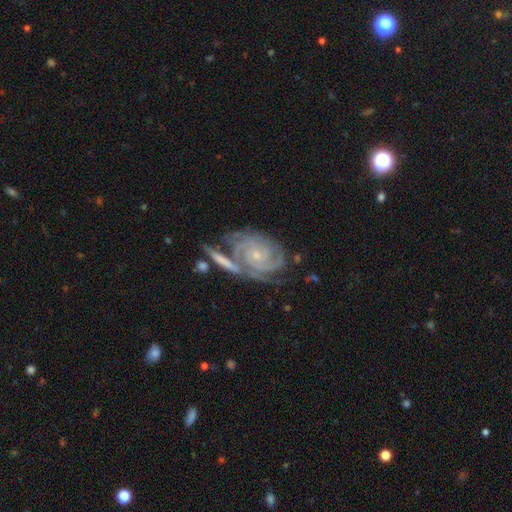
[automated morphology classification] featured or disk 88%, star or artifact 6%, smooth 6%. Down the decision tree: edge-on disk — no (96%); bar — no (74%); spiral arms — yes (97%); spiral arm count — 3 (29%); spiral winding — tight (74%); bulge size — small (78%); merging — none (53%).